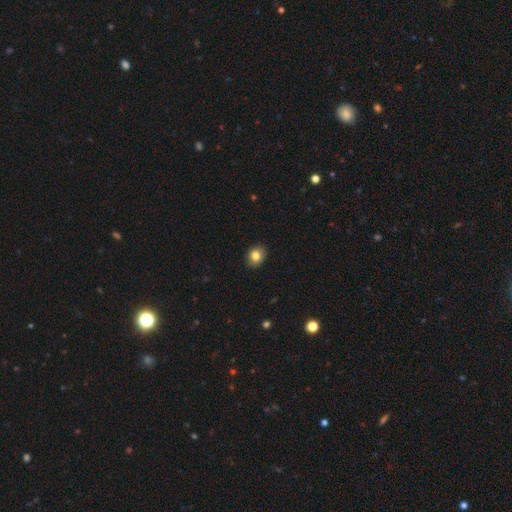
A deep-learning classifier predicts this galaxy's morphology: smooth-or-featured: smooth: 83% | star or artifact: 9% | featured or disk: 8%
  how-rounded: round: 52% | in between: 47% | cigar-shaped: 1%
  merging: none: 88% | minor disturbance: 9% | major disturbance: 2% | merger: 1%